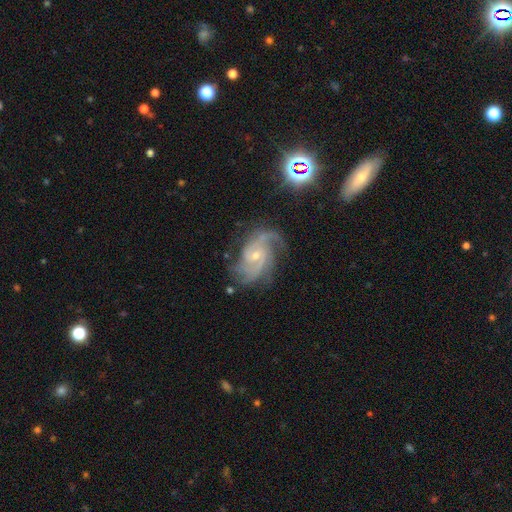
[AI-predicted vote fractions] This is clearly a featured or disk galaxy (90%). It is clearly not viewed edge-on (98%). Bar: possibly no (60%). Spiral arm pattern: clearly yes (98%). Spiral arm count: marginally 2 (38%). Spiral winding: possibly medium (52%). Central bulge: likely small (66%). Merging: likely none (67%).